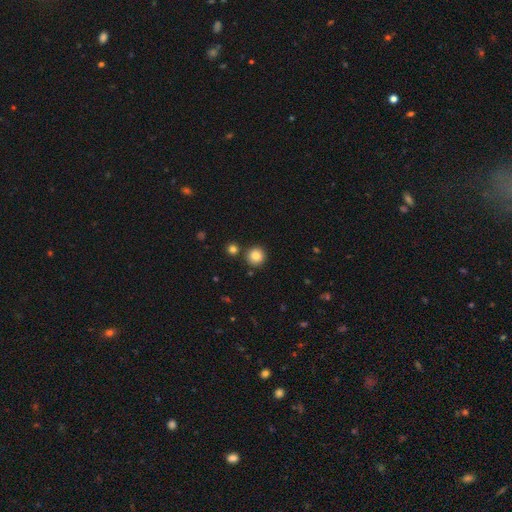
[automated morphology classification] type=smooth (85%); roundness=round (93%); merging=none (85%).